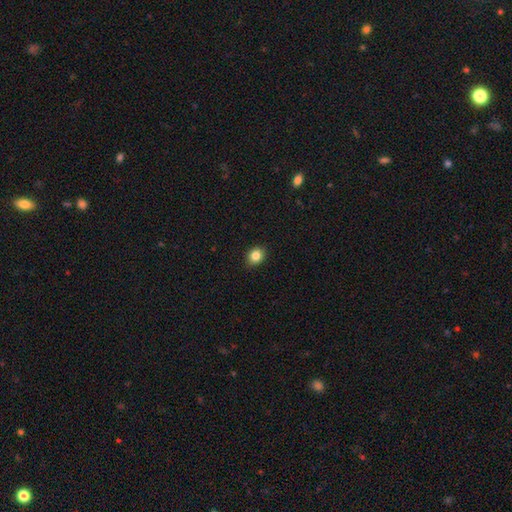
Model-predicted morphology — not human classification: This is clearly a smooth galaxy (85%). How rounded: possibly round (51%). Merging: clearly none (90%).